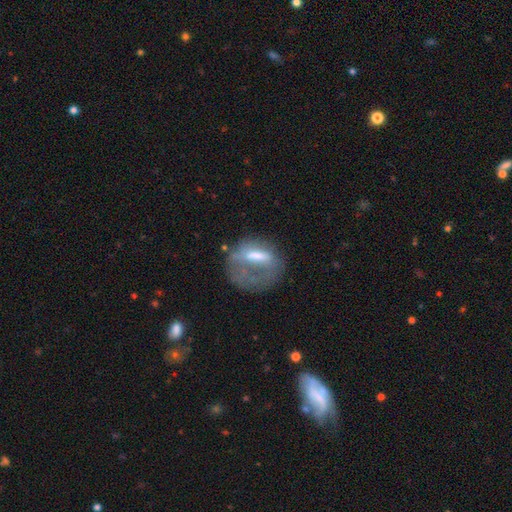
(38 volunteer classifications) This appears to be a featured or disk galaxy (53%) with a strong bar (37%, tied with weak), no spiral arms (84%) and a moderate central bulge (42%). Merging: major disturbance (44%).